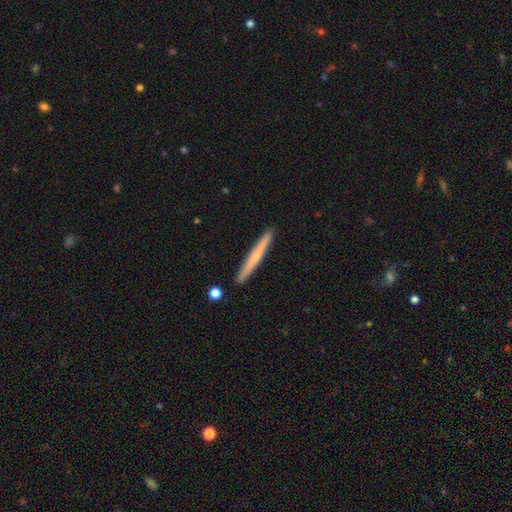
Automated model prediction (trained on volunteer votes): A smooth galaxy with no disk features (52%) that is cigar-shaped (97%).

Vote fractions:
- Smooth or featured? smooth: 52% / featured or disk: 42% / star or artifact: 6%
- How rounded? cigar-shaped: 97% / in between: 2% / round: 1%
- Merging? none: 91% / minor disturbance: 6% / merger: 2% / major disturbance: 1%